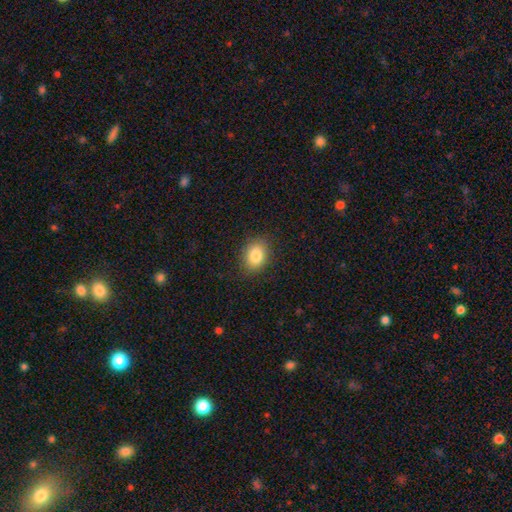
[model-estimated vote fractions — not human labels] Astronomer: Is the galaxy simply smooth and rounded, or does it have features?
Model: smooth — 84%.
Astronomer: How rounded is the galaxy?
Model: in between — 65%.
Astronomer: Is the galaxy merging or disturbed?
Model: none — 87%.